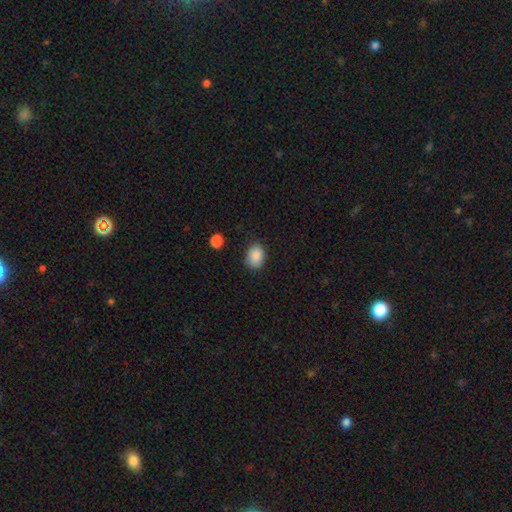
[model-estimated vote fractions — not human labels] smooth_or_featured: smooth (p=0.88) [alt: star or artifact p=0.08]
how_rounded: in between (p=0.70) [alt: round p=0.29]
merging: none (p=0.82) [alt: minor disturbance p=0.13]